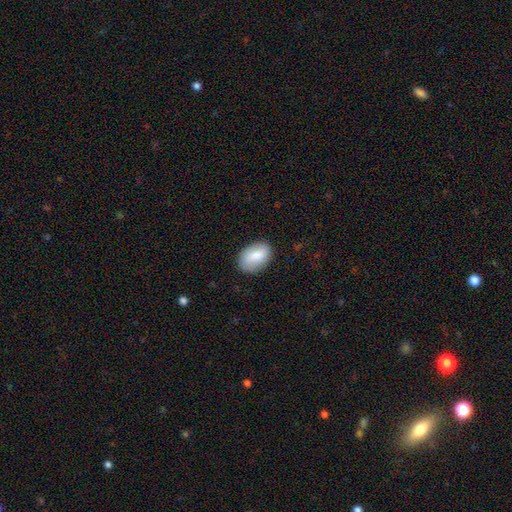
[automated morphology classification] smooth 81%, featured or disk 13%, star or artifact 6%. Down the decision tree: how rounded — in between (87%); merging — none (82%).